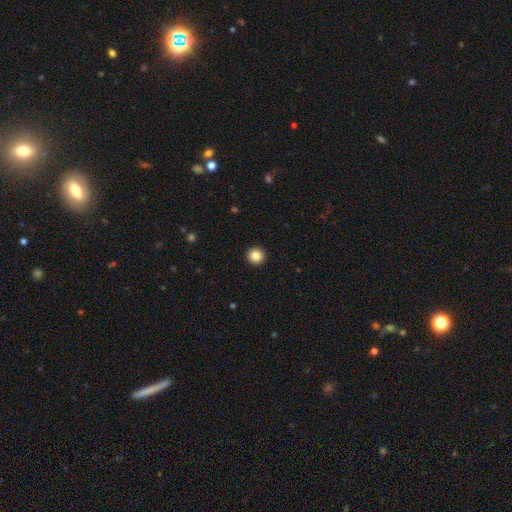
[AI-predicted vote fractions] smooth-or-featured: smooth: 86% | star or artifact: 10% | featured or disk: 4%
  how-rounded: round: 96% | in between: 3% | cigar-shaped: 1%
  merging: none: 94% | minor disturbance: 4% | major disturbance: 1% | merger: 1%